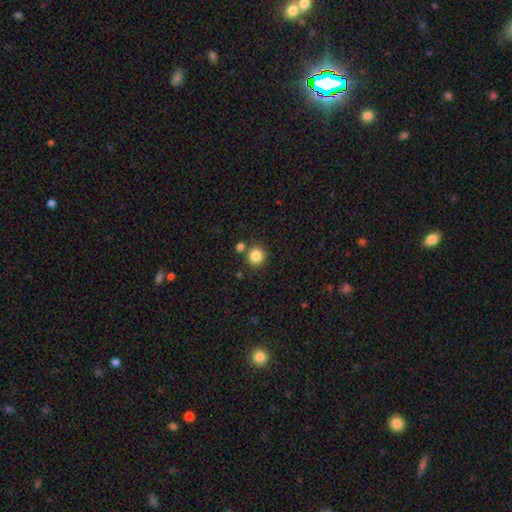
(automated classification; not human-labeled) Smooth or featured? Predicted: smooth (p=0.84). How rounded? Predicted: round (p=0.90). Merging? Predicted: none (p=0.79).